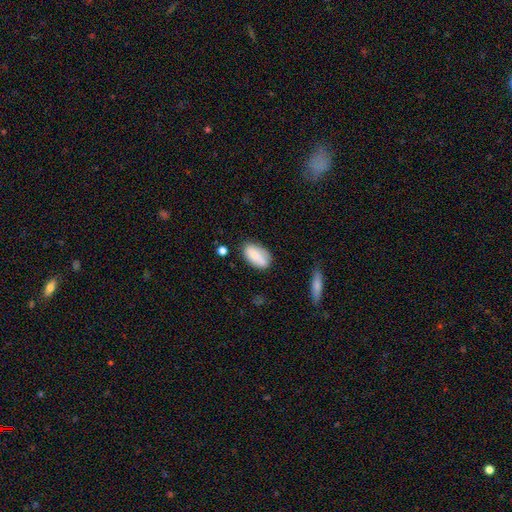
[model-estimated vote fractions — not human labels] The model was most divided on "merging": none: 70%, minor disturbance: 20%, major disturbance: 5%, merger: 4%. More confident: how rounded — in between (92%); smooth or featured — smooth (74%).